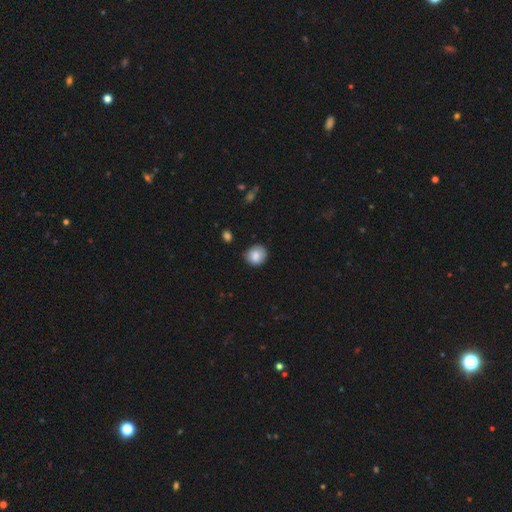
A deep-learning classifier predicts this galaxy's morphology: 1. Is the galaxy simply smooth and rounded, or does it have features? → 86% smooth, 8% star or artifact, 6% featured or disk.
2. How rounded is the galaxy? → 83% round, 16% in between, 1% cigar-shaped.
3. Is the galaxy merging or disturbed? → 78% none, 17% minor disturbance, 3% major disturbance, 2% merger.